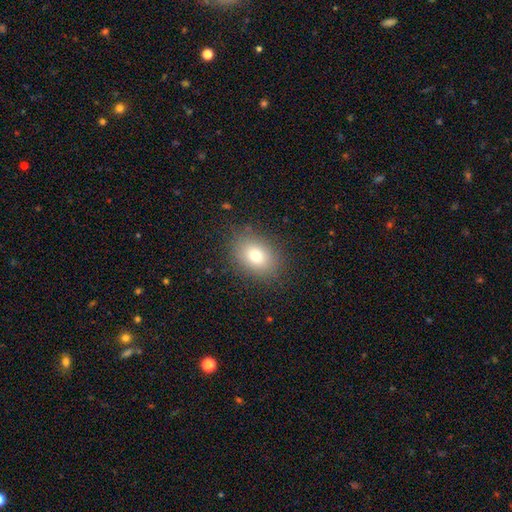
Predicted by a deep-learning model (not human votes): The model was most divided on "how rounded": in between: 65%, round: 34%, cigar-shaped: 1%. More confident: merging — none (86%); smooth or featured — smooth (77%).